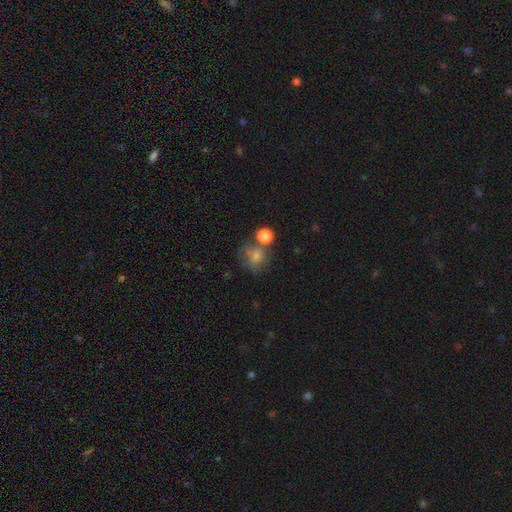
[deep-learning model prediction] Smooth or featured?
  - smooth: 76% *
  - featured or disk: 13%
  - star or artifact: 11%
How rounded?
  - round: 79% *
  - in between: 20%
  - cigar-shaped: 1%
Merging?
  - none: 47% *
  - merger: 28%
  - minor disturbance: 16%
  - major disturbance: 10%